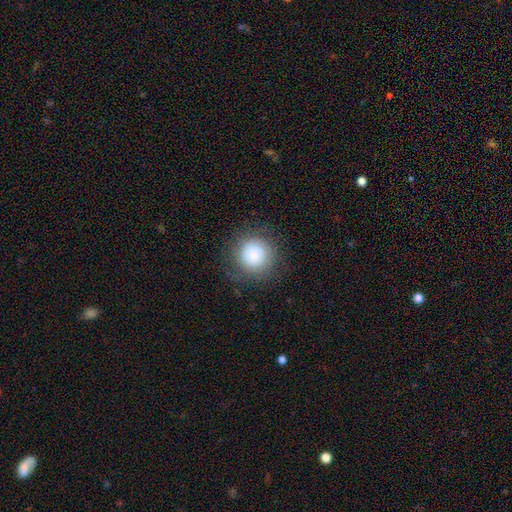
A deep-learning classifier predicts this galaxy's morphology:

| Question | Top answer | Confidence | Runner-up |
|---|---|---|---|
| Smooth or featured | smooth | 81% | star or artifact (9%) |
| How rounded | round | 94% | in between (5%) |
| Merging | none | 81% | minor disturbance (12%) |